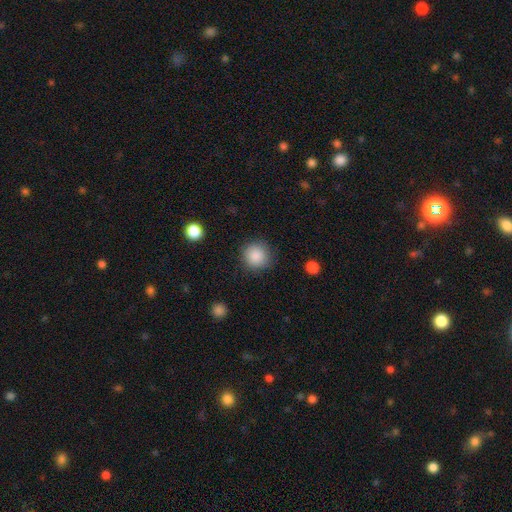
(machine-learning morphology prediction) smooth 88%, star or artifact 8%, featured or disk 4%. Down the decision tree: how rounded — round (93%); merging — none (87%).